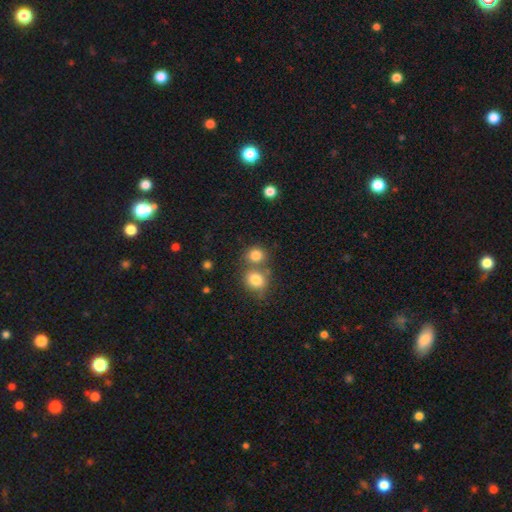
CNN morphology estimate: Smooth or featured: smooth — 81% (star or artifact — 12%)
How rounded: round — 80% (in between — 19%)
Merging: none — 52% (merger — 37%)